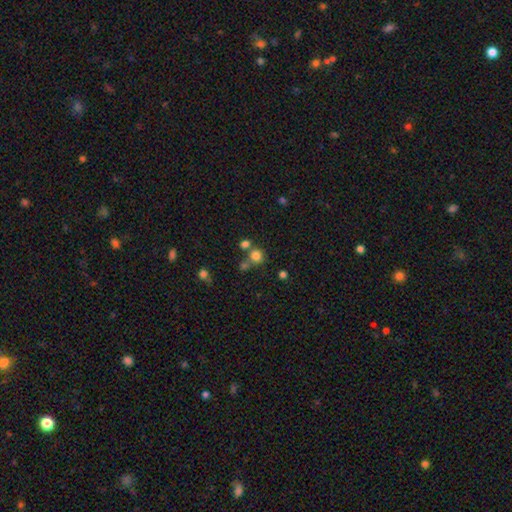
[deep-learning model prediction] This appears to be a smooth galaxy with no disk features (78%) that is round (89%). Merging: none (62%).